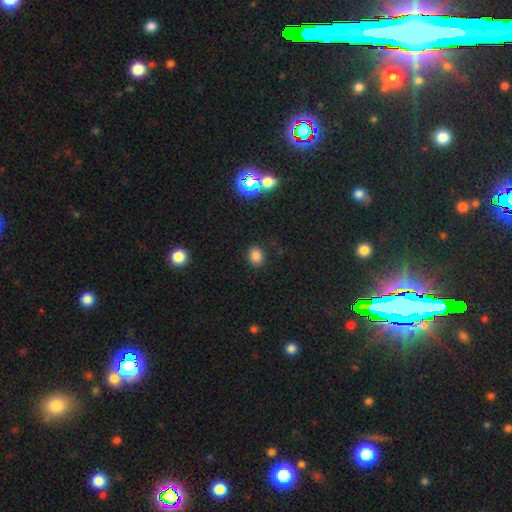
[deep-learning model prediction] Q: Smooth or featured?
A: smooth (80%); runner-up: star or artifact (16%)
Q: How rounded?
A: round (71%); runner-up: in between (28%)
Q: Merging?
A: none (85%); runner-up: minor disturbance (10%)